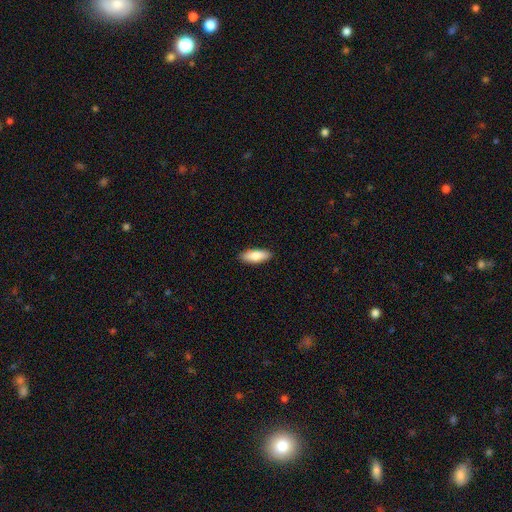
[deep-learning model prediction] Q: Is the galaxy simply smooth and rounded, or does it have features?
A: smooth — 82%.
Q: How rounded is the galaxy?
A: in between — 72%.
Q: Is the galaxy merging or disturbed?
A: none — 90%.